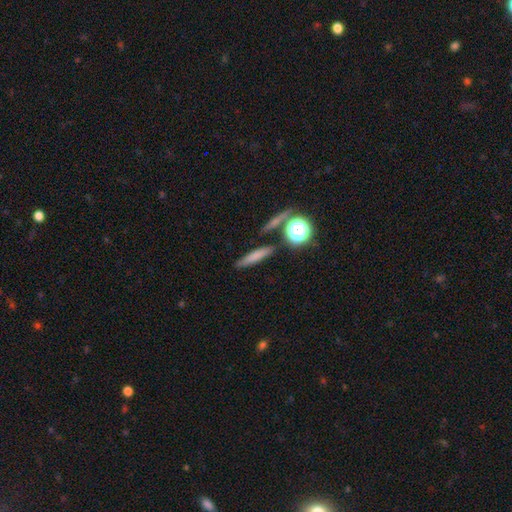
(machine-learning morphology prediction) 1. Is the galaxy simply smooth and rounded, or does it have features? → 71% smooth, 17% featured or disk, 12% star or artifact.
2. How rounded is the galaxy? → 77% cigar-shaped, 14% in between, 9% round.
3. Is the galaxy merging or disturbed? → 80% none, 10% minor disturbance, 7% merger, 3% major disturbance.